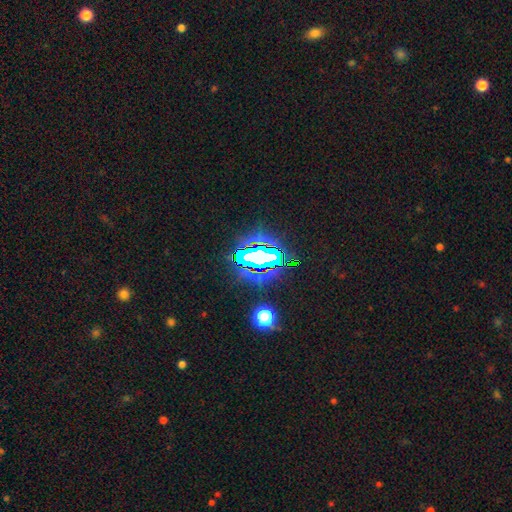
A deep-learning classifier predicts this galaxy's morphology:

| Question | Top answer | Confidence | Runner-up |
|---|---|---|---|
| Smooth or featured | star or artifact | 64% | smooth (20%) |